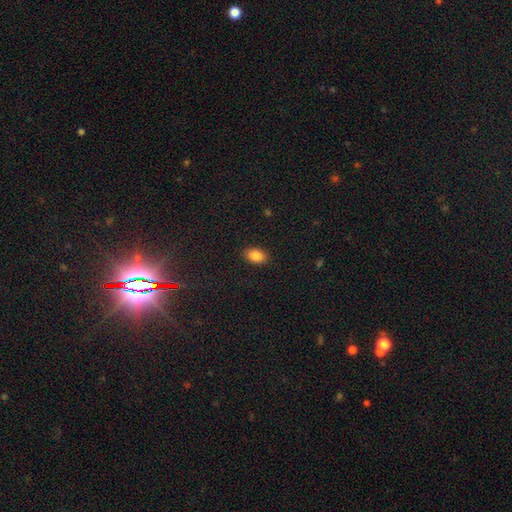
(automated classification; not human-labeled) Smooth or featured?
  - smooth: 87% *
  - star or artifact: 8%
  - featured or disk: 5%
How rounded?
  - in between: 90% *
  - round: 8%
  - cigar-shaped: 2%
Merging?
  - none: 89% *
  - minor disturbance: 8%
  - major disturbance: 2%
  - merger: 1%